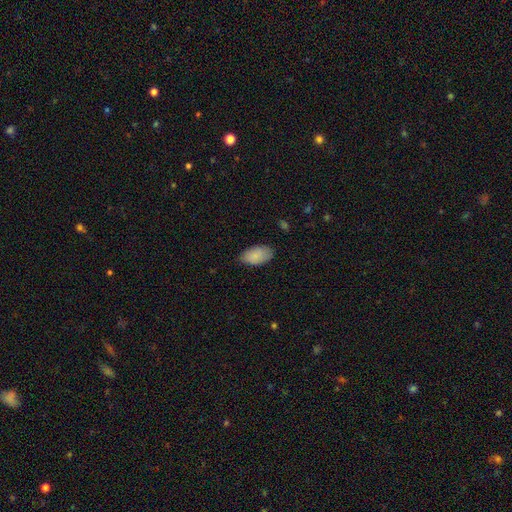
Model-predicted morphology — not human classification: Smooth or featured: smooth — 86% (featured or disk — 8%)
How rounded: in between — 95% (round — 4%)
Merging: none — 79% (minor disturbance — 17%)